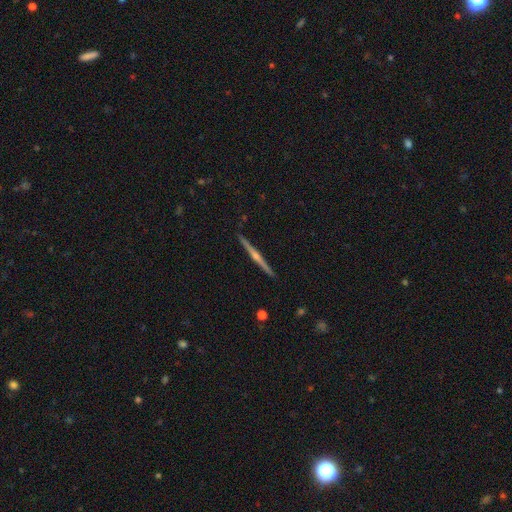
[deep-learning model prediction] A featured or disk galaxy (82%) viewed edge-on (99%) with a rounded central bulge (83%). Merging: none (93%).